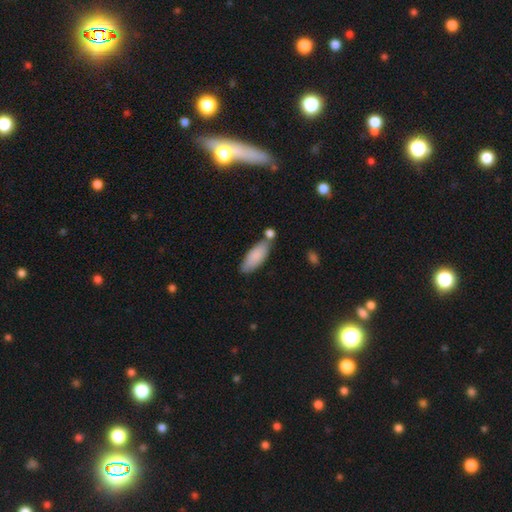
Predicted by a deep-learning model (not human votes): This appears to be a smooth galaxy with no disk features (85%) that is in between round and cigar-shaped (71%). Merging: none (59%).